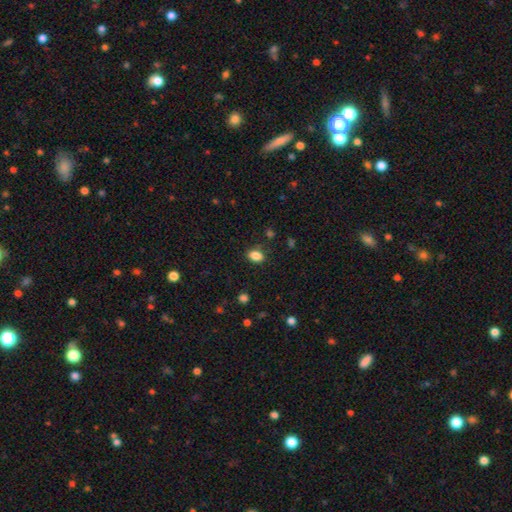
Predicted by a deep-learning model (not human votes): Smooth or featured? smooth (86%)
How rounded? in between (82%)
Merging? none (84%)